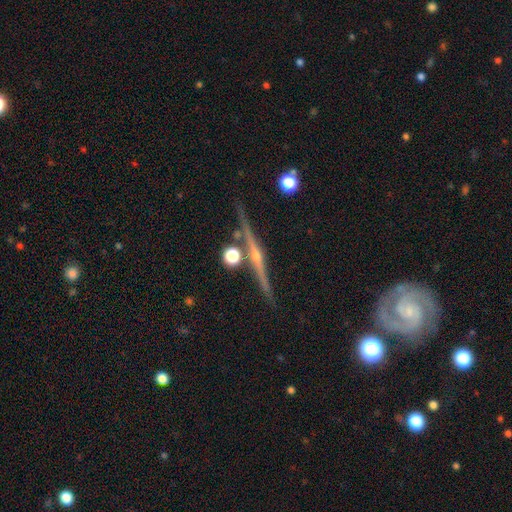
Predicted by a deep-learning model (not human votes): Q: Smooth or featured?
A: featured or disk (83%); runner-up: smooth (9%)
Q: Edge-on disk?
A: yes (98%); runner-up: no (2%)
Q: Edge-on bulge?
A: rounded (86%); runner-up: none (10%)
Q: Merging?
A: none (86%); runner-up: minor disturbance (8%)